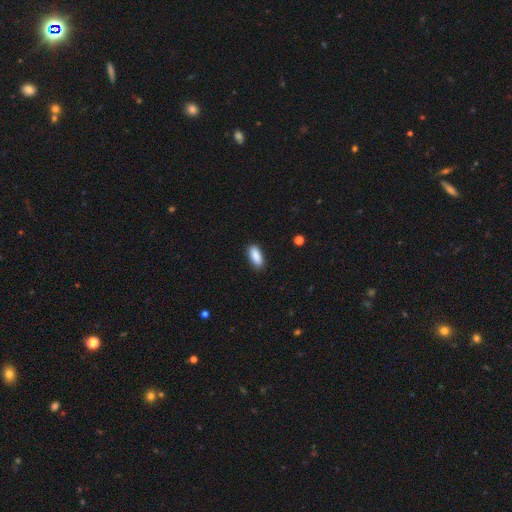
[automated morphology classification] This is clearly a smooth galaxy (90%). How rounded: clearly in between (83%). Merging: clearly none (88%).